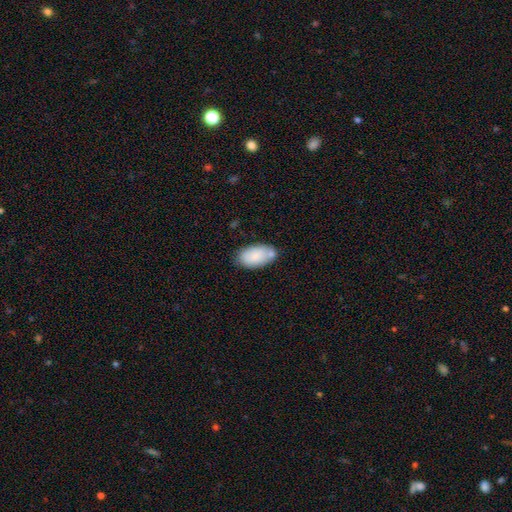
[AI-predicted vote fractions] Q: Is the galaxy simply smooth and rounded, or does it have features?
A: smooth — 82%.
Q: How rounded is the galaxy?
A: in between — 94%.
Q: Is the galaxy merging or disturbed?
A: none — 64%.